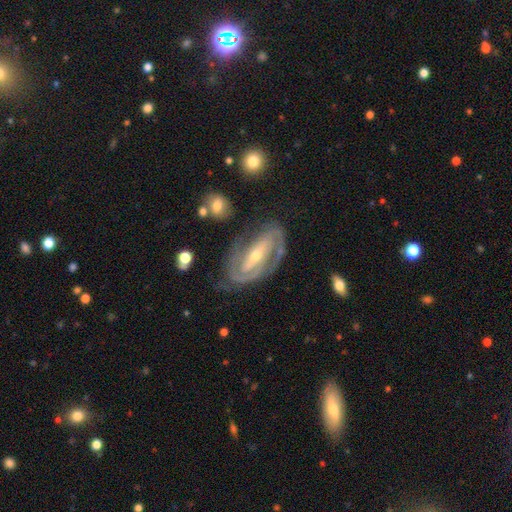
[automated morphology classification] Overall: featured or disk (87%). Edge-on disk: no (94%). Bar: strong (52%; weak 27%). Spiral arms: yes (93%). Spiral arm count: 2 (72%). Spiral winding: tight (59%; medium 33%). Bulge size: small (57%; moderate 40%). Merging: none (72%).